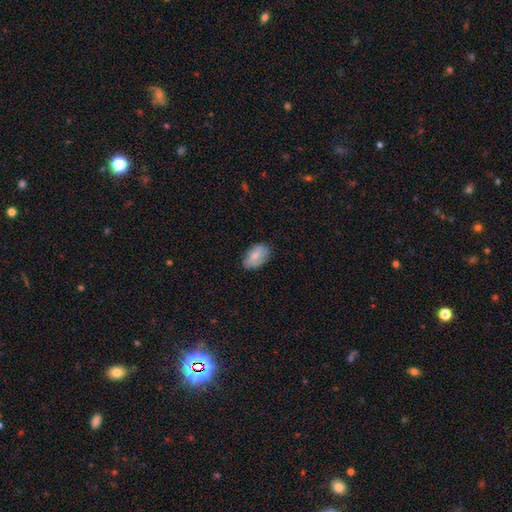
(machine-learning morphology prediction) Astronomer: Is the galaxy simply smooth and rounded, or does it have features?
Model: smooth — 78%.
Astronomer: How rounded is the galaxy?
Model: in between — 91%.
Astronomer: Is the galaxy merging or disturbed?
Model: none — 76%.